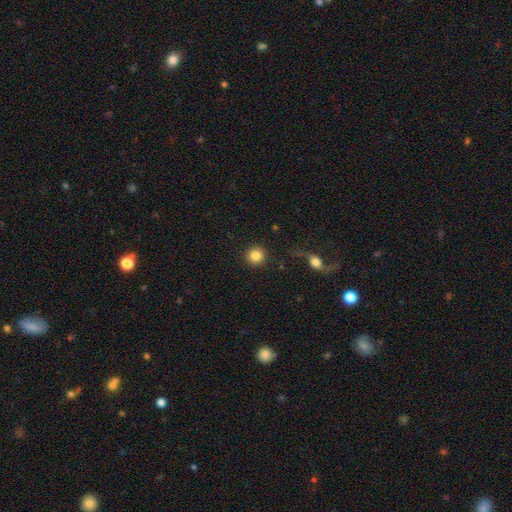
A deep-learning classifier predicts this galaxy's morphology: Smooth or featured? smooth (85%)
How rounded? round (94%)
Merging? none (90%)